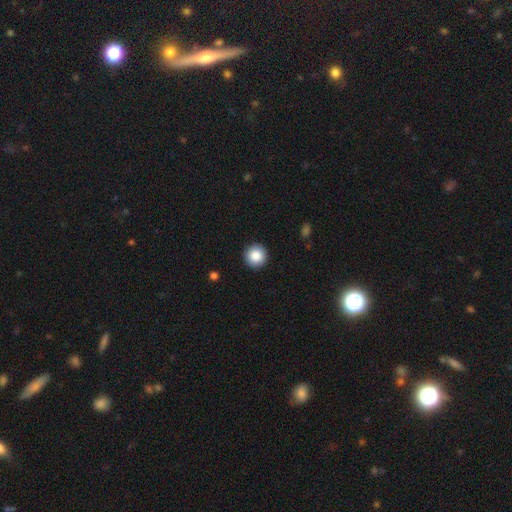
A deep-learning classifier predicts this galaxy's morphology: The model was most divided on "smooth or featured": smooth: 86%, star or artifact: 8%, featured or disk: 5%. More confident: how rounded — round (96%); merging — none (92%).